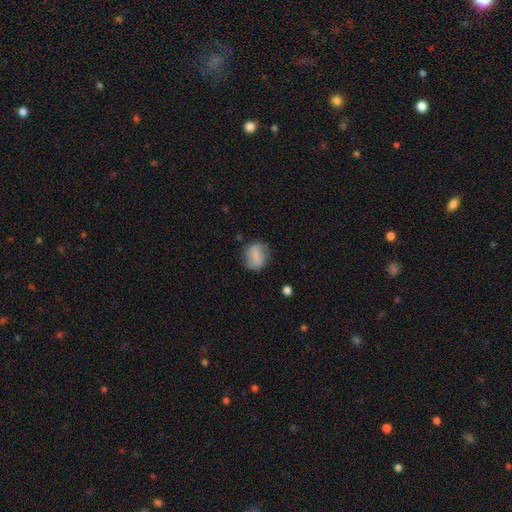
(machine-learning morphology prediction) smooth_or_featured: smooth (p=0.73) [alt: featured or disk p=0.18]
how_rounded: round (p=0.62) [alt: in between p=0.37]
merging: none (p=0.75) [alt: minor disturbance p=0.18]